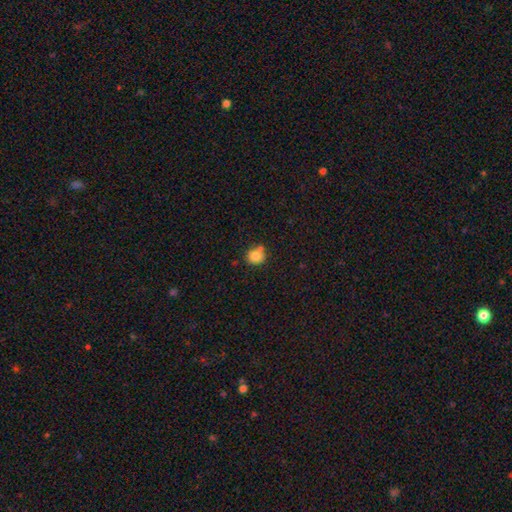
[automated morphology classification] Q: Smooth or featured?
A: smooth (83%); runner-up: star or artifact (11%)
Q: How rounded?
A: round (85%); runner-up: in between (14%)
Q: Merging?
A: none (67%); runner-up: merger (18%)